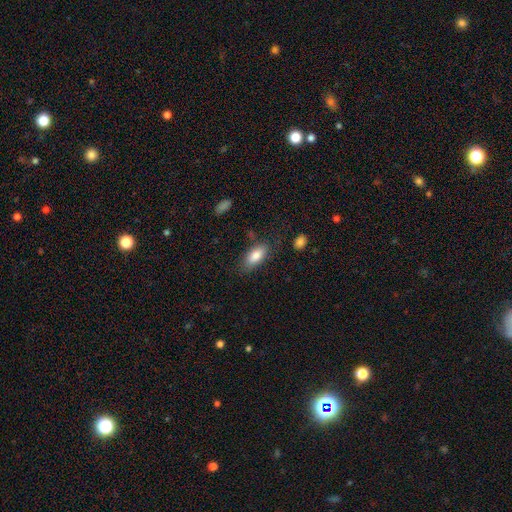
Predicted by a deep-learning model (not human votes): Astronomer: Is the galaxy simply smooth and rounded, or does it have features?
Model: smooth — 82%.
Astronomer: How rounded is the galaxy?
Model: in between — 86%.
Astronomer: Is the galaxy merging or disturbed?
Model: none — 75%.